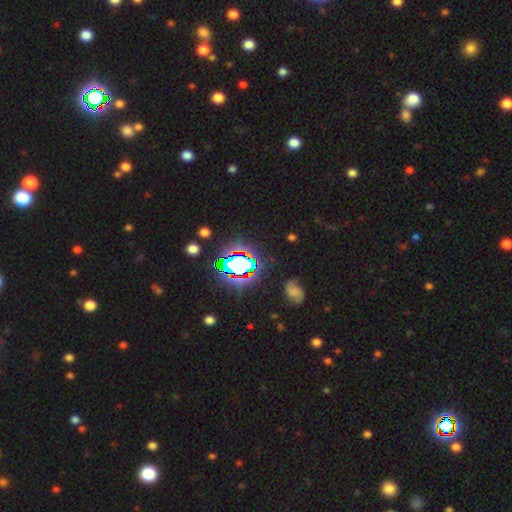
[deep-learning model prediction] smooth_or_featured: star or artifact (p=0.79) [alt: smooth p=0.12]